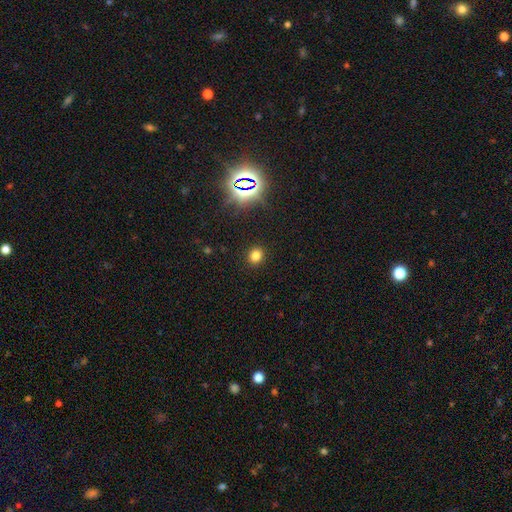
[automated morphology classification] A smooth galaxy with no disk features (77%) that is round (78%). Merging: none (91%).